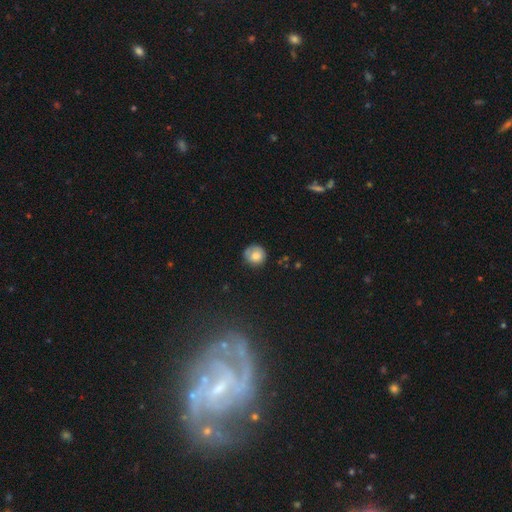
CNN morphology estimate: This is likely a smooth galaxy (78%). How rounded: clearly round (91%). Merging: likely none (73%).